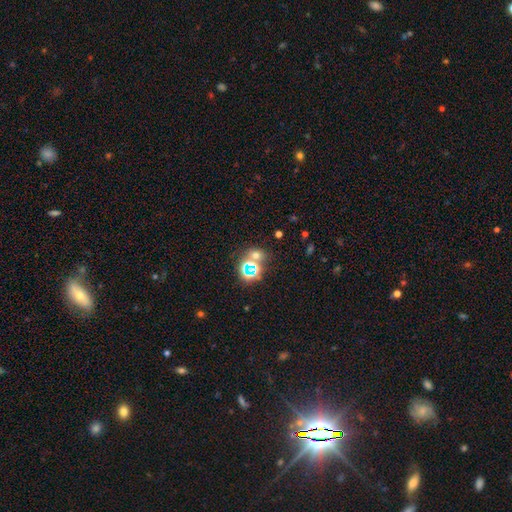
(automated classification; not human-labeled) star or artifact 45%, smooth 44%, featured or disk 10%.